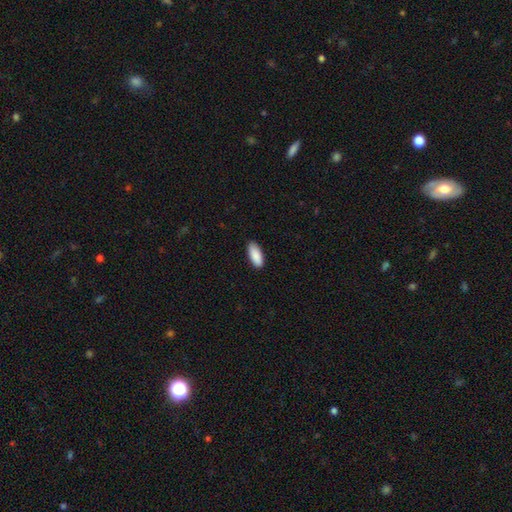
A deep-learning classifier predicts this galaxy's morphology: Smooth or featured: smooth — 90% (star or artifact — 6%)
How rounded: in between — 86% (cigar-shaped — 13%)
Merging: none — 88% (minor disturbance — 10%)